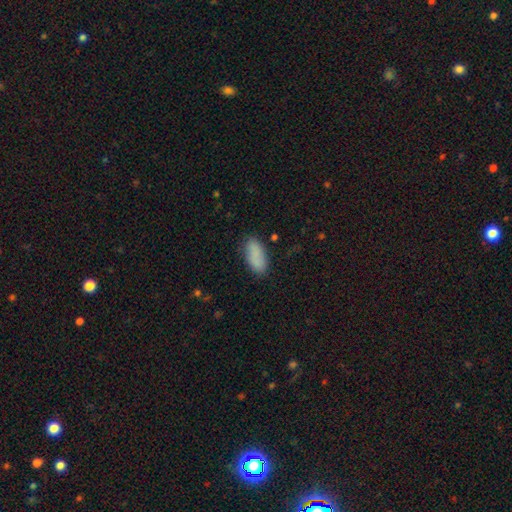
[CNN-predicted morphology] Smooth or featured? Predicted: smooth (p=0.87). How rounded? Predicted: in between (p=0.87). Merging? Predicted: none (p=0.82).